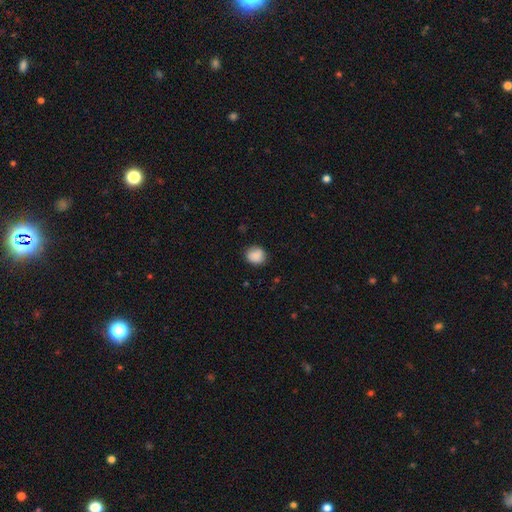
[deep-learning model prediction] This appears to be a smooth galaxy with no disk features (87%) that is round (71%). Merging: none (79%).